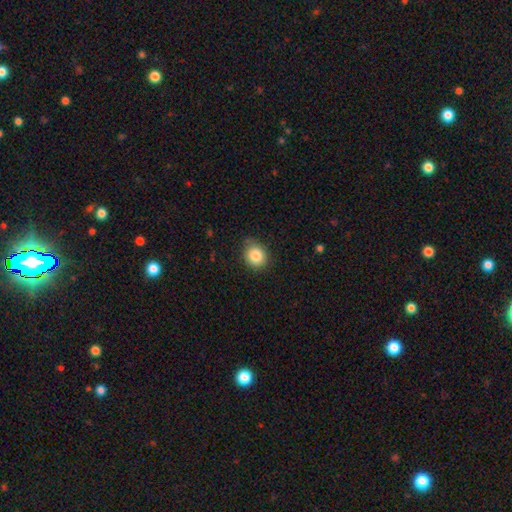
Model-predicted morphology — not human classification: type=smooth (84%); roundness=round (67%); merging=none (76%).